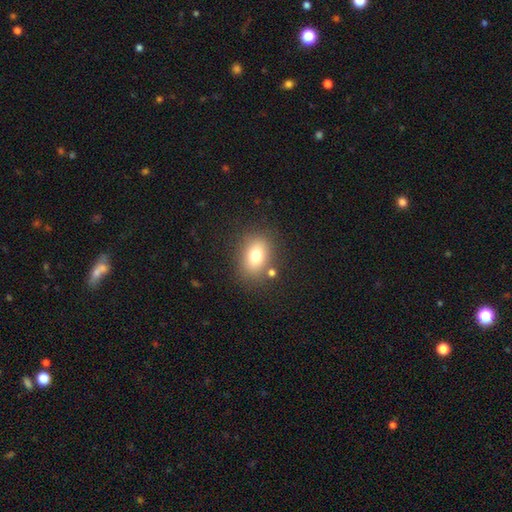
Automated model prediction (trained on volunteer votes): A smooth galaxy with no disk features (76%) that is in between round and cigar-shaped (70%).

Vote fractions:
- Smooth or featured? smooth: 76% / featured or disk: 13% / star or artifact: 11%
- How rounded? in between: 70% / round: 29% / cigar-shaped: 2%
- Merging? none: 77% / minor disturbance: 12% / merger: 6% / major disturbance: 4%